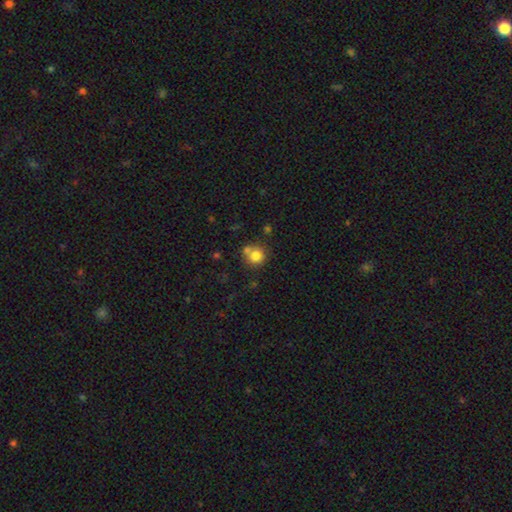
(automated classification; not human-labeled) A smooth galaxy with no disk features (79%) that is round (89%).

Vote fractions:
- Smooth or featured? smooth: 79% / star or artifact: 11% / featured or disk: 10%
- How rounded? round: 89% / in between: 10% / cigar-shaped: 1%
- Merging? none: 59% / merger: 25% / minor disturbance: 12% / major disturbance: 4%